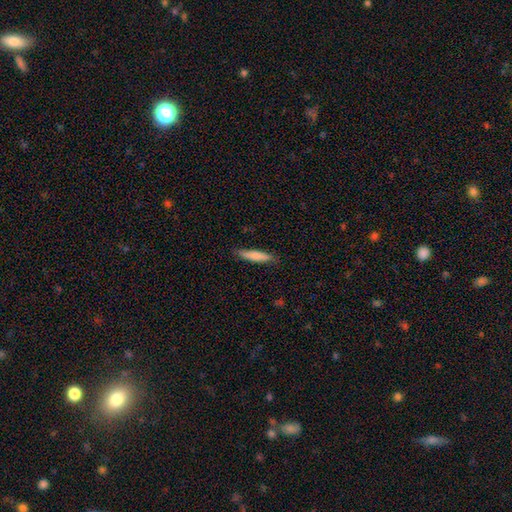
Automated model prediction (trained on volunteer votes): smooth_or_featured: smooth (p=0.80) [alt: featured or disk p=0.14]
how_rounded: cigar-shaped (p=0.86) [alt: in between p=0.13]
merging: none (p=0.85) [alt: minor disturbance p=0.12]